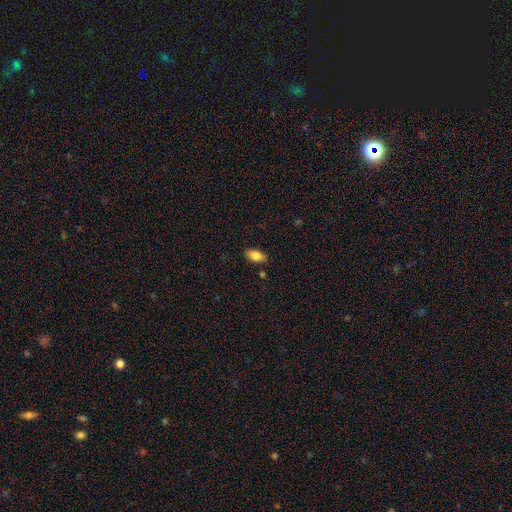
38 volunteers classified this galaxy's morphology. type=smooth (79%); roundness=in between (97%); merging=none (91%).